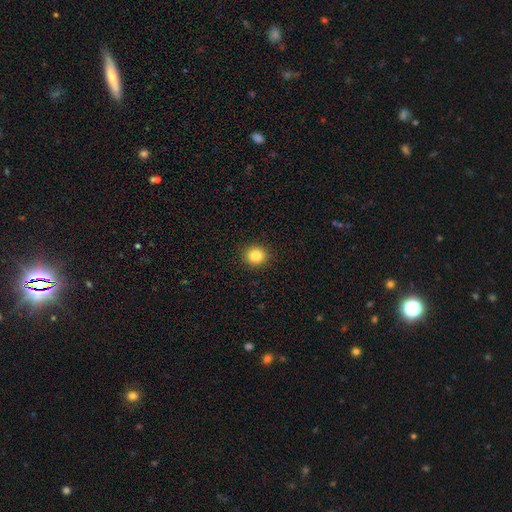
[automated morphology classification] A smooth galaxy with no disk features (85%) that is round (82%).

Vote fractions:
- Smooth or featured? smooth: 85% / star or artifact: 10% / featured or disk: 5%
- How rounded? round: 82% / in between: 17% / cigar-shaped: 1%
- Merging? none: 92% / minor disturbance: 6% / major disturbance: 2% / merger: 1%